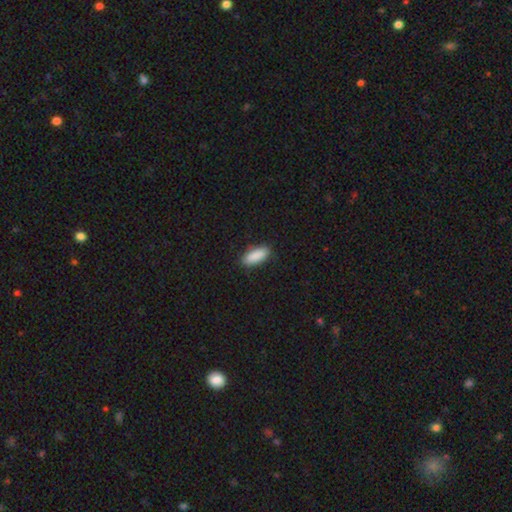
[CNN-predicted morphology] This is clearly a smooth galaxy (90%). How rounded: likely in between (77%). Merging: clearly none (85%).